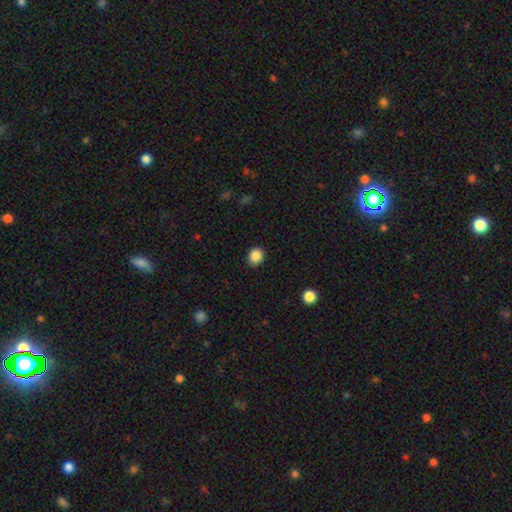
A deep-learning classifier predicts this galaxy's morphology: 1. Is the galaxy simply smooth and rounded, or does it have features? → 88% smooth, 9% star or artifact, 3% featured or disk.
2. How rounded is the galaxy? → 61% round, 38% in between, 1% cigar-shaped.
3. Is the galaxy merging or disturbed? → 89% none, 8% minor disturbance, 2% major disturbance, 1% merger.